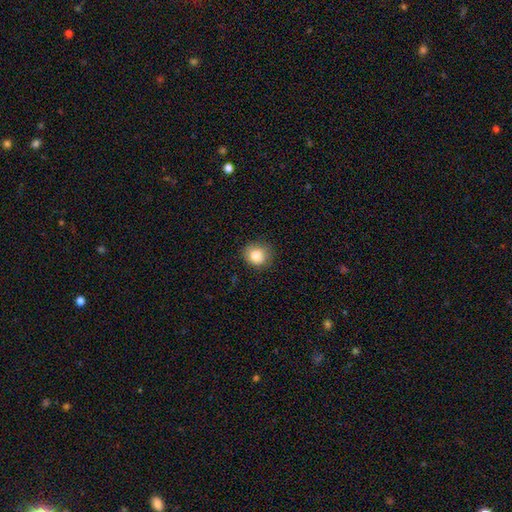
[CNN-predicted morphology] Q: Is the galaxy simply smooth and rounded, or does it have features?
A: smooth — 83%.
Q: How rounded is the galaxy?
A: round — 83%.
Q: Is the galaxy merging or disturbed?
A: none — 82%.